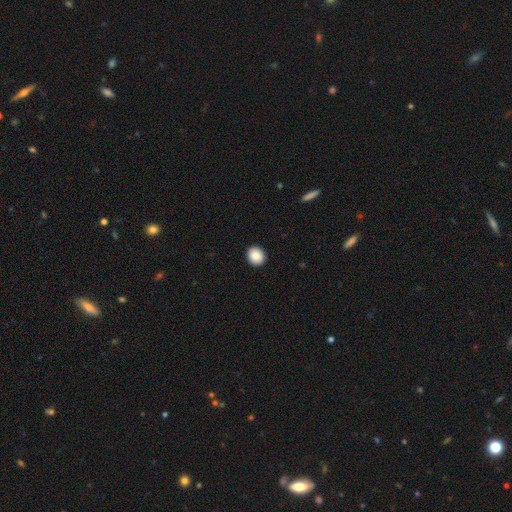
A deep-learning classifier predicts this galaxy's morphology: type=smooth (89%); roundness=round (84%); merging=none (93%).